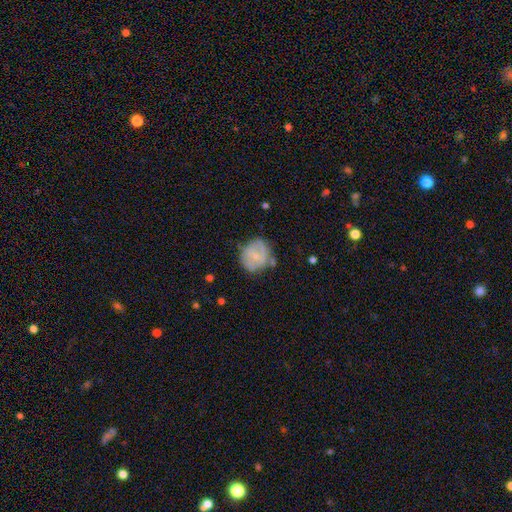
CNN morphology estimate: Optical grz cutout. It shows a smooth galaxy with no disk features (53%) that is round (74%). Merging: none (58%).